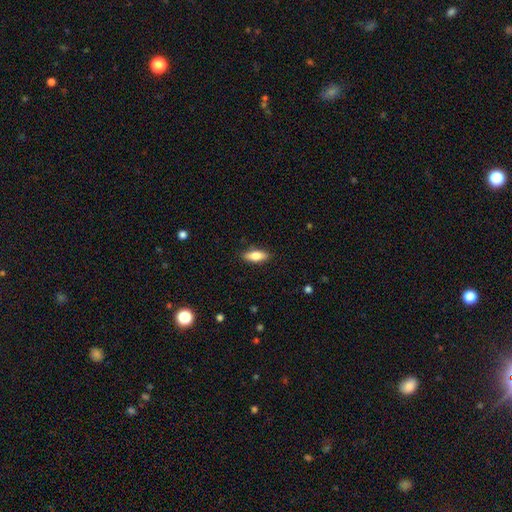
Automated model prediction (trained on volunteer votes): A smooth galaxy with no disk features (76%) that is in between round and cigar-shaped (73%). Merging: none (87%).